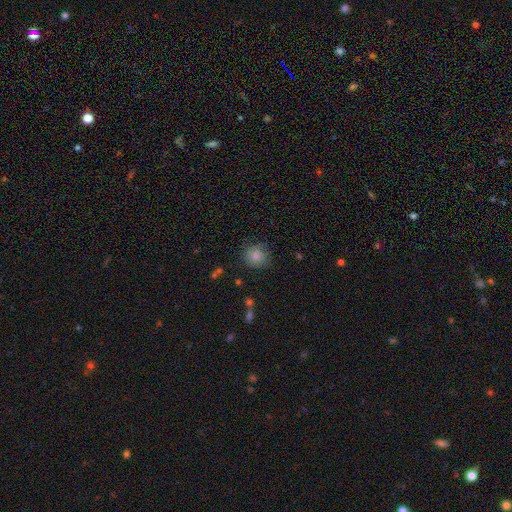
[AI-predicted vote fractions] Smooth or featured: smooth — 78% (featured or disk — 13%)
How rounded: round — 89% (in between — 10%)
Merging: none — 76% (minor disturbance — 18%)